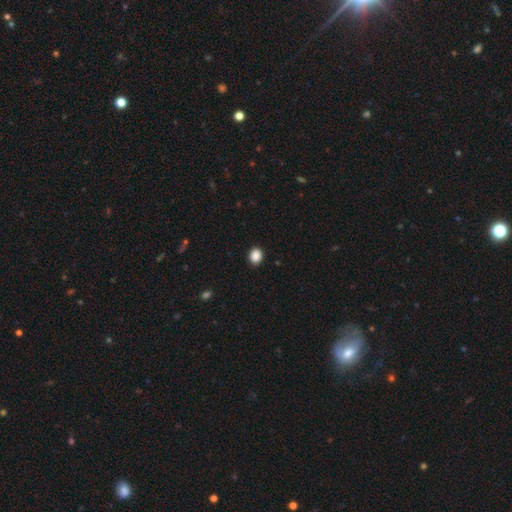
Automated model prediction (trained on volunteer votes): Smooth or featured?
  - smooth: 88% *
  - star or artifact: 9%
  - featured or disk: 2%
How rounded?
  - round: 68% *
  - in between: 31%
  - cigar-shaped: 1%
Merging?
  - none: 91% *
  - minor disturbance: 7%
  - major disturbance: 2%
  - merger: 1%